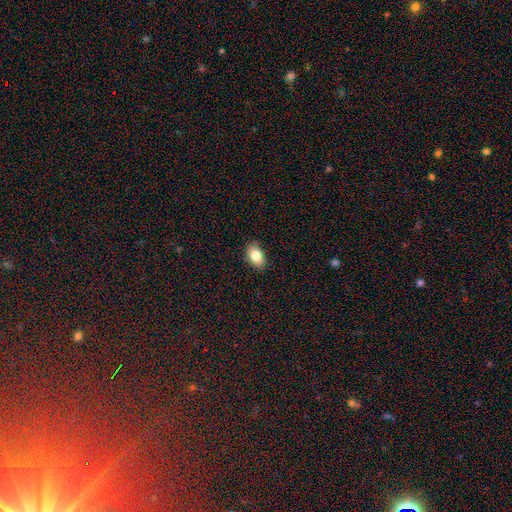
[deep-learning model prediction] Smooth or featured?
  - smooth: 82% *
  - featured or disk: 10%
  - star or artifact: 8%
How rounded?
  - in between: 88% *
  - round: 11%
  - cigar-shaped: 1%
Merging?
  - none: 88% *
  - minor disturbance: 9%
  - major disturbance: 2%
  - merger: 1%